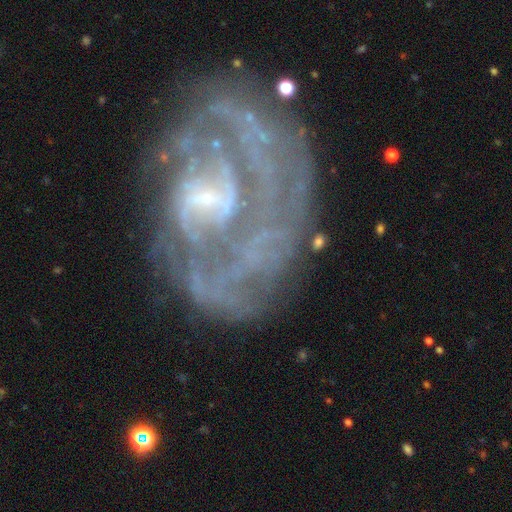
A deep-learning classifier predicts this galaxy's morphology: This is clearly a featured or disk galaxy (83%). It is clearly not viewed edge-on (98%). Bar: possibly no (47%). Spiral arm pattern: likely yes (78%). Spiral arm count: marginally can't tell (36%). Spiral winding: marginally tight (39%). Central bulge: possibly small (56%). Merging: possibly none (48%).